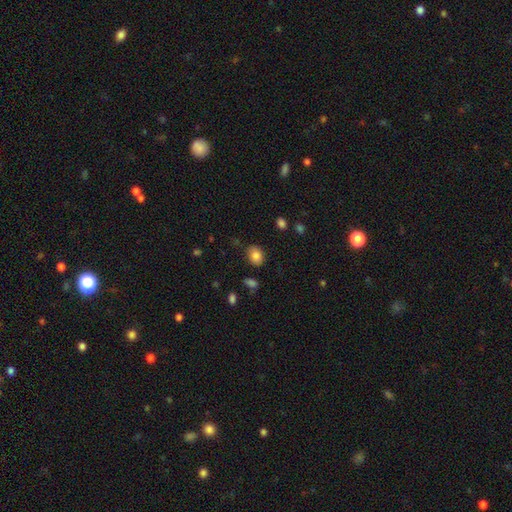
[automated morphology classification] Q: Smooth or featured?
A: smooth (84%); runner-up: star or artifact (9%)
Q: How rounded?
A: in between (66%); runner-up: round (33%)
Q: Merging?
A: none (80%); runner-up: minor disturbance (15%)